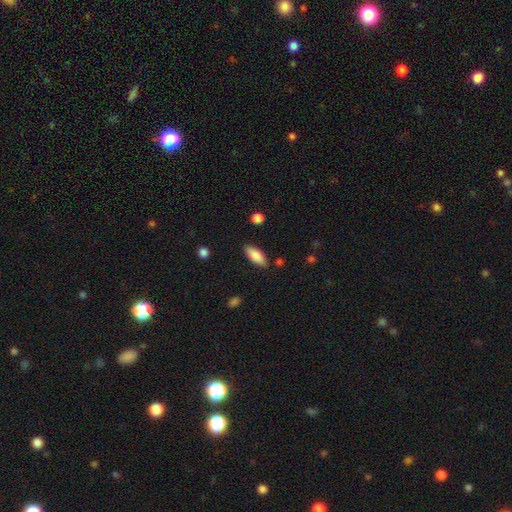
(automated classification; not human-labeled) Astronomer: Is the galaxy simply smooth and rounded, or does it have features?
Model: smooth — 83%.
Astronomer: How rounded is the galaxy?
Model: in between — 77%.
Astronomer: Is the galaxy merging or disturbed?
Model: none — 84%.